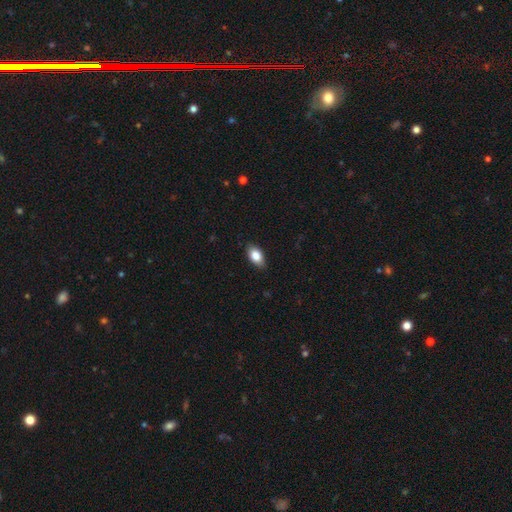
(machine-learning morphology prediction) This appears to be a smooth galaxy with no disk features (82%) that is in between round and cigar-shaped (90%). Merging: none (85%).